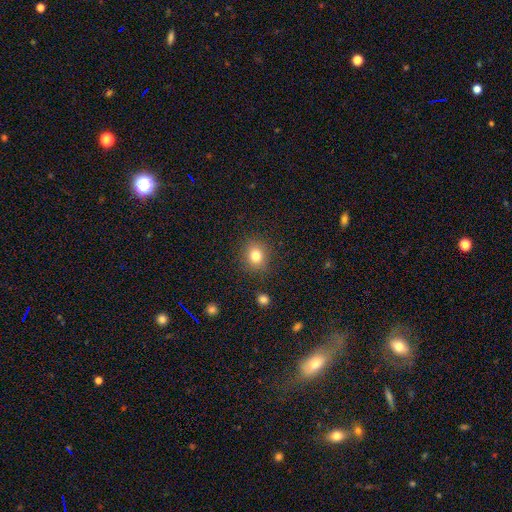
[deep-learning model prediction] This appears to be a smooth galaxy with no disk features (80%) that is round (78%). Merging: none (87%).